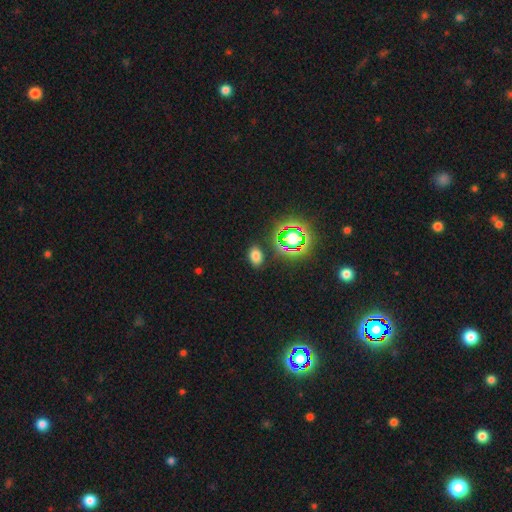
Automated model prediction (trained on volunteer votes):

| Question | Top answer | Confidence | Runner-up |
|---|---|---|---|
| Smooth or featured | smooth | 70% | star or artifact (23%) |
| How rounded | in between | 81% | round (18%) |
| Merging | none | 87% | minor disturbance (8%) |